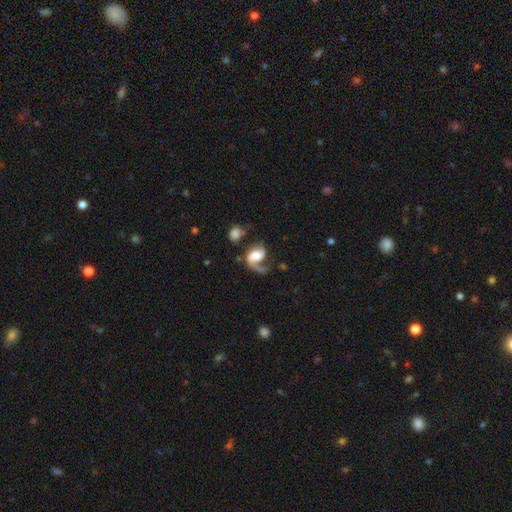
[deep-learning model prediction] Overall: featured or disk (75%). Edge-on disk: no (98%). Bar: no (53%; weak 35%). Spiral arms: yes (93%). Spiral arm count: 1 (67%; 2 28%). Spiral winding: loose (50%; medium 37%). Bulge size: large (35%; moderate 33%). Merging: none (39%; major disturbance 35%).